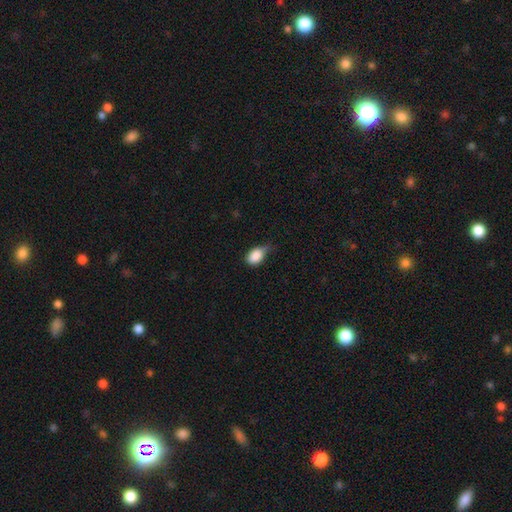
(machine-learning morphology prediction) Overall: smooth (87%). How rounded: in between (81%). Merging: minor disturbance (48%; none 38%).